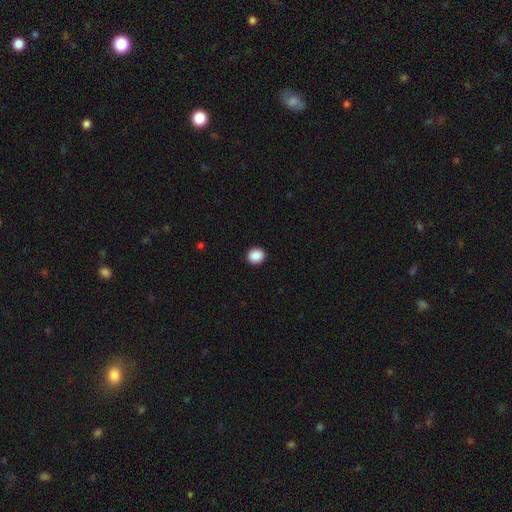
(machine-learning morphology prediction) Overall: smooth (89%). How rounded: round (83%). Merging: none (92%).